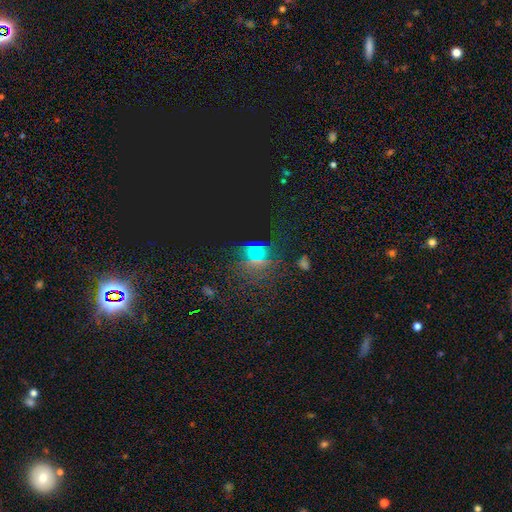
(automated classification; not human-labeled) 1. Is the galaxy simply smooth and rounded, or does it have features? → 52% star or artifact, 33% smooth, 15% featured or disk.